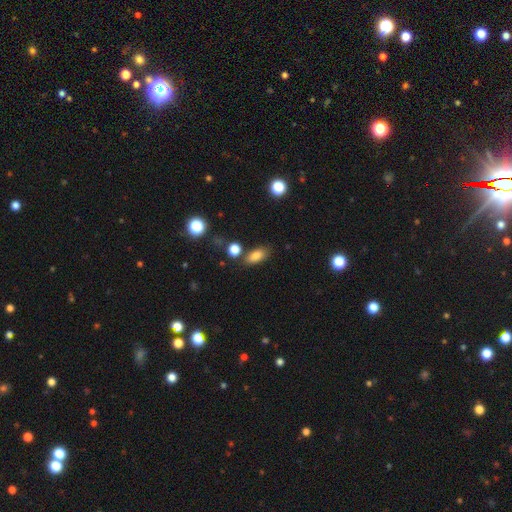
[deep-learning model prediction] Overall: smooth (81%). How rounded: in between (86%). Merging: none (76%).